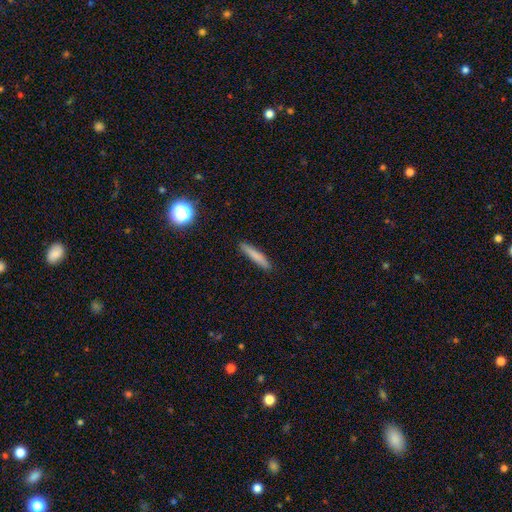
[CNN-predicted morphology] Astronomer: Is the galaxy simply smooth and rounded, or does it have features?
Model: smooth — 78%.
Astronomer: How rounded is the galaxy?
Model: cigar-shaped — 91%.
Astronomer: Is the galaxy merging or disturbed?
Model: none — 89%.